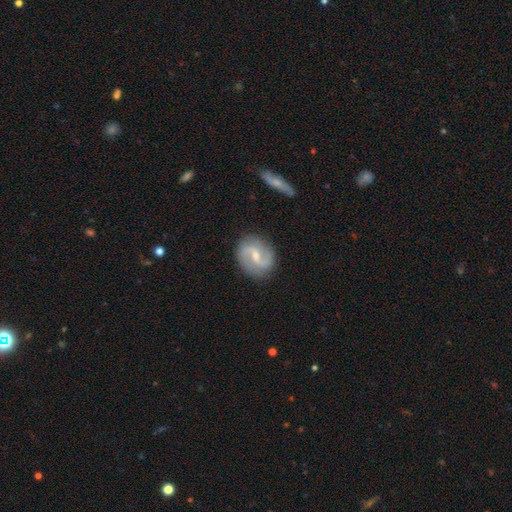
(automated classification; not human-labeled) smooth-or-featured: featured or disk: 84% | smooth: 11% | star or artifact: 5%
  disk-edge-on: no: 97% | yes: 3%
    bar: weak: 51% | strong: 25% | no: 24%
    has-spiral-arms: yes: 95% | no: 5%
      spiral-winding: medium: 47% | loose: 36% | tight: 17%
      spiral-arm-count: 2: 92% | can't tell: 3% | 1: 2% | 3: 1% | 4: 1% | more than 4: 1%
    bulge-size: small: 52% | moderate: 43% | none: 3% | large: 1% | dominant: 1%
  merging: none: 85% | minor disturbance: 11% | major disturbance: 3% | merger: 1%